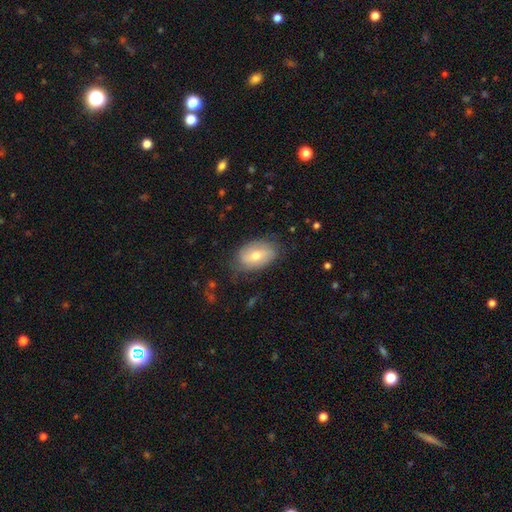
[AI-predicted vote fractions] This is likely a smooth galaxy (61%). How rounded: clearly in between (88%). Merging: likely none (73%).